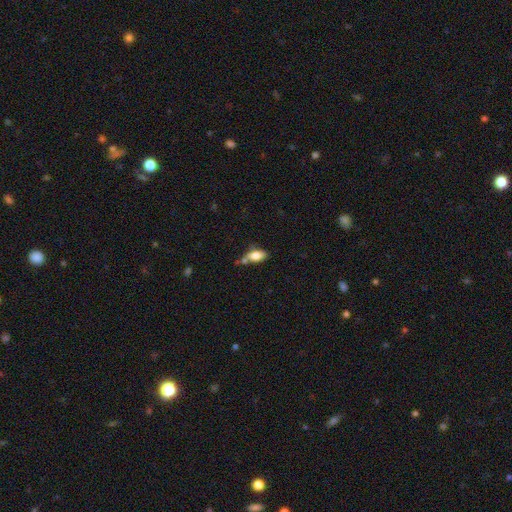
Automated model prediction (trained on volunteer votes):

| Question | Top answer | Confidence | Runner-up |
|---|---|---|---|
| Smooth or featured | smooth | 75% | featured or disk (18%) |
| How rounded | in between | 85% | cigar-shaped (11%) |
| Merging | none | 53% | minor disturbance (24%) |